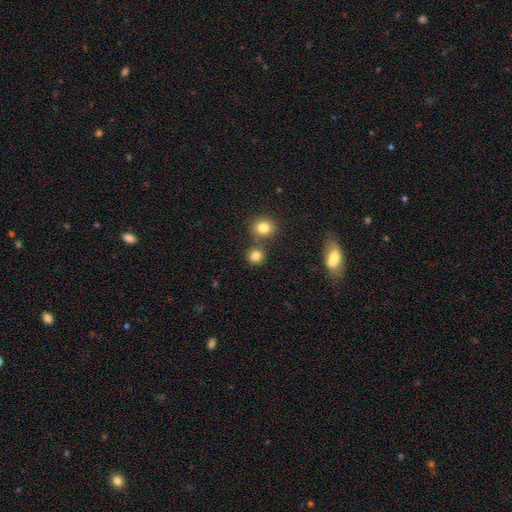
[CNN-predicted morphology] The model was most divided on "merging": none: 74%, merger: 16%, minor disturbance: 7%, major disturbance: 3%. More confident: how rounded — round (90%); smooth or featured — smooth (81%).